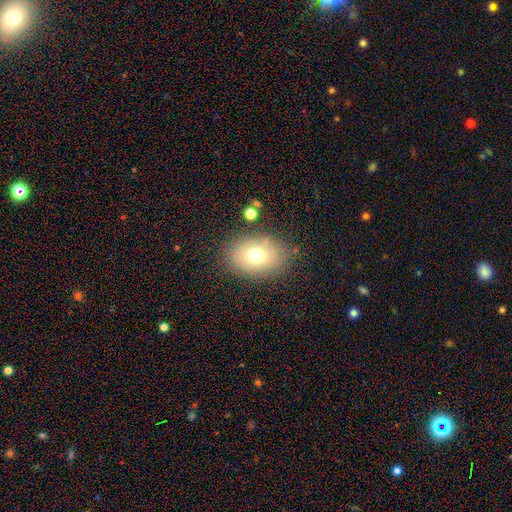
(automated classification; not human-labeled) Smooth or featured? smooth (71%)
How rounded? in between (72%)
Merging? none (81%)